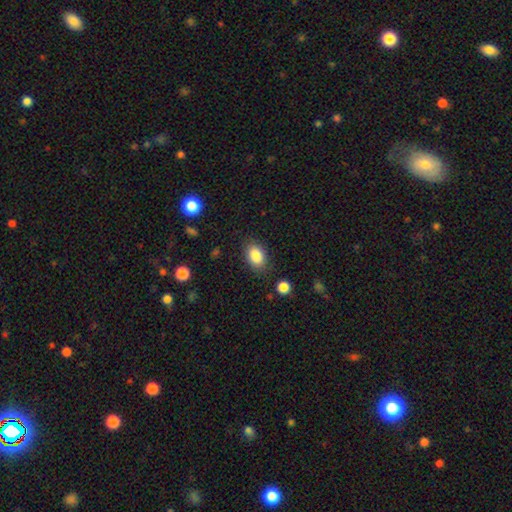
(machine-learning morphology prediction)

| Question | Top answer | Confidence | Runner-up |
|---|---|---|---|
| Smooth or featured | smooth | 86% | star or artifact (8%) |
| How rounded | in between | 83% | round (15%) |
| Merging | none | 84% | minor disturbance (11%) |